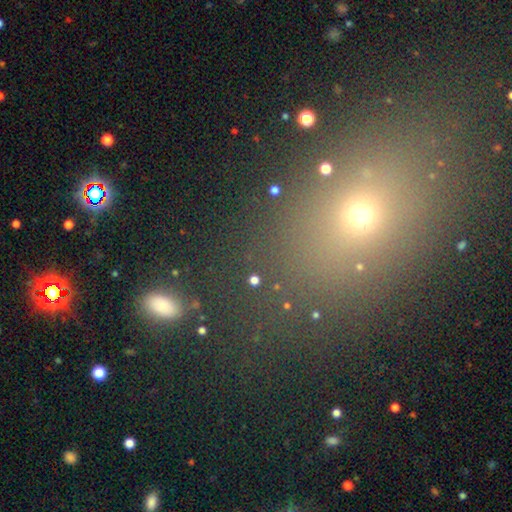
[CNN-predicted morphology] This appears to be a smooth galaxy with no disk features (51%) that is in between round and cigar-shaped (62%). Merging: none (82%).